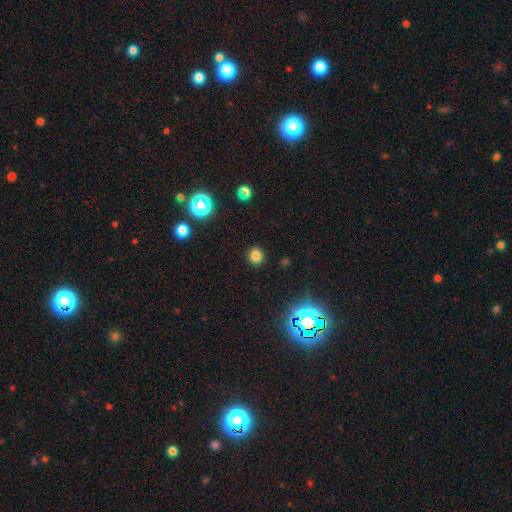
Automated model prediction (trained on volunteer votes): Morphology: type=smooth (78%); roundness=round (79%); merging=none (90%).